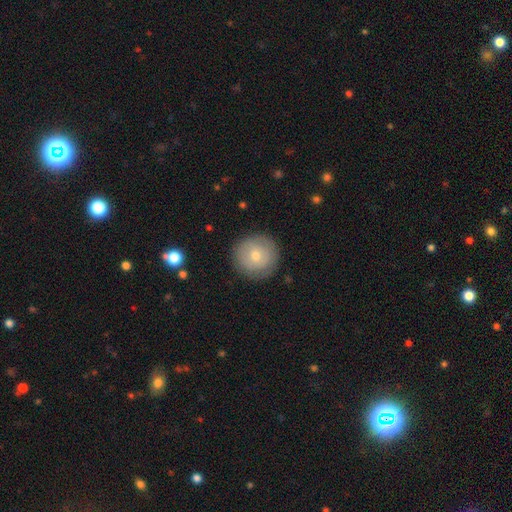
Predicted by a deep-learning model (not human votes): This is likely a smooth galaxy (64%). How rounded: clearly round (94%). Merging: clearly none (86%).